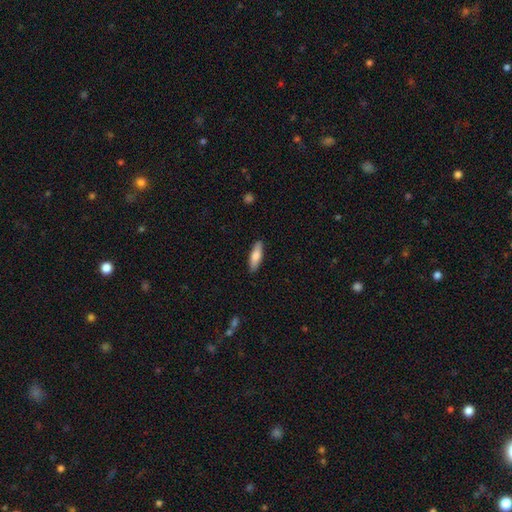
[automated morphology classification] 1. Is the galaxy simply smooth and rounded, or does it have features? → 73% smooth, 21% featured or disk, 6% star or artifact.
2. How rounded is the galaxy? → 55% cigar-shaped, 43% in between, 2% round.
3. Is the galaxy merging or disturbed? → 88% none, 9% minor disturbance, 2% major disturbance, 1% merger.